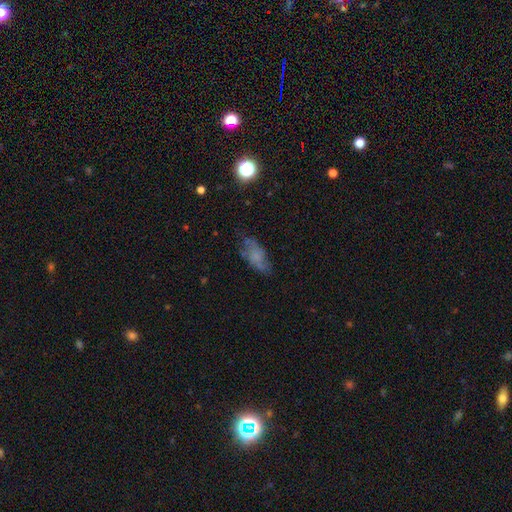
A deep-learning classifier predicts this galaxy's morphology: Smooth or featured: smooth — 53% (featured or disk — 34%)
How rounded: in between — 81% (cigar-shaped — 15%)
Merging: none — 58% (minor disturbance — 26%)